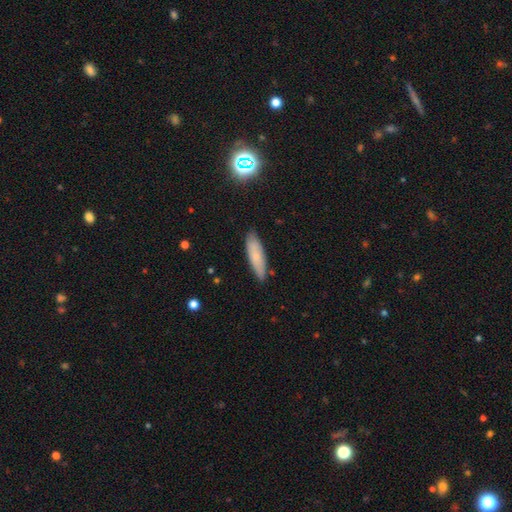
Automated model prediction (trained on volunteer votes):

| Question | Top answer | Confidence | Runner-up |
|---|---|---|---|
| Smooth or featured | smooth | 75% | featured or disk (17%) |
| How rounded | cigar-shaped | 63% | in between (35%) |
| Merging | none | 84% | minor disturbance (13%) |